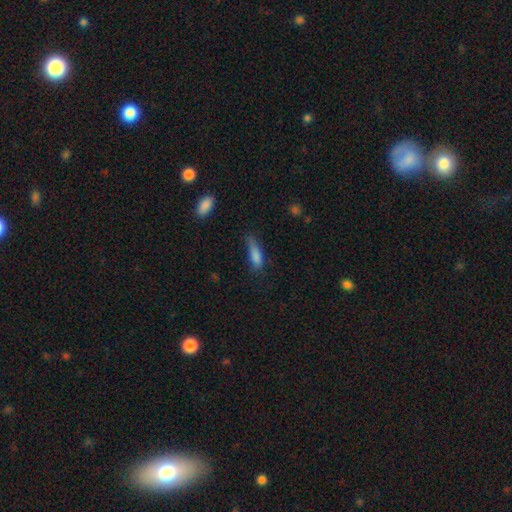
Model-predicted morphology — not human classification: A smooth galaxy with no disk features (81%) that is cigar-shaped (58%).

Vote fractions:
- Smooth or featured? smooth: 81% / featured or disk: 11% / star or artifact: 8%
- How rounded? cigar-shaped: 58% / in between: 39% / round: 2%
- Merging? none: 49% / minor disturbance: 35% / major disturbance: 13% / merger: 3%